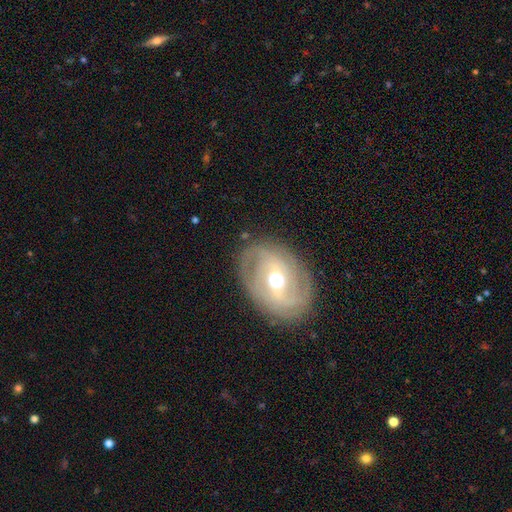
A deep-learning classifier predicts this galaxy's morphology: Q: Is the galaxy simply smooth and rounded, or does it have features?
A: featured or disk — 82%.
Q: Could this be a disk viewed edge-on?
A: no — 96%.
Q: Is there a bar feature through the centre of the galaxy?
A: weak — 43%.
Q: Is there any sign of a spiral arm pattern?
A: yes — 90%.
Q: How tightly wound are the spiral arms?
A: tight — 55%.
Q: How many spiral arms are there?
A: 2 — 47%.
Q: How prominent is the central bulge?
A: moderate — 76%.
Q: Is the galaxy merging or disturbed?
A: none — 80%.